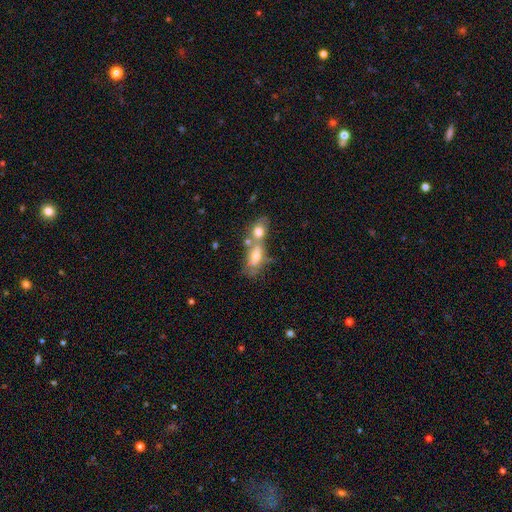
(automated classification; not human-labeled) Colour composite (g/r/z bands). It shows a smooth galaxy with no disk features (57%) that is in between round and cigar-shaped (78%). Merging: merger (65%).